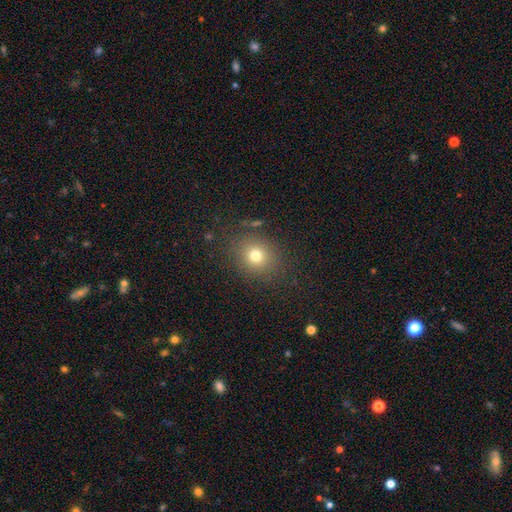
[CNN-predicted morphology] Overall: smooth (75%). How rounded: round (70%). Merging: none (84%).